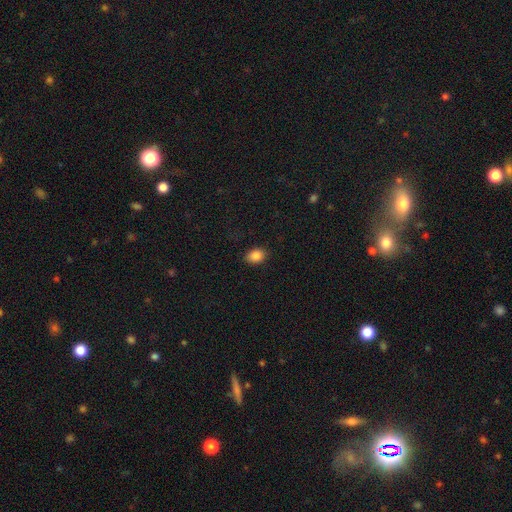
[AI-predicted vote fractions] Smooth or featured?
  - smooth: 87% *
  - star or artifact: 9%
  - featured or disk: 4%
How rounded?
  - in between: 74% *
  - round: 25%
  - cigar-shaped: 1%
Merging?
  - none: 88% *
  - minor disturbance: 9%
  - major disturbance: 2%
  - merger: 1%